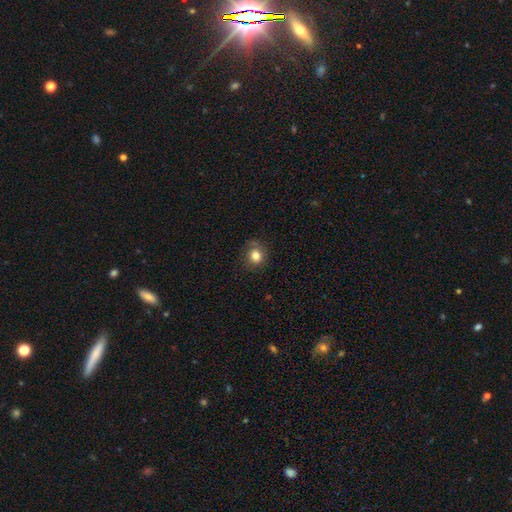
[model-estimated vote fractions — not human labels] Smooth or featured: smooth — 79% (star or artifact — 11%)
How rounded: round — 82% (in between — 17%)
Merging: none — 74% (minor disturbance — 17%)